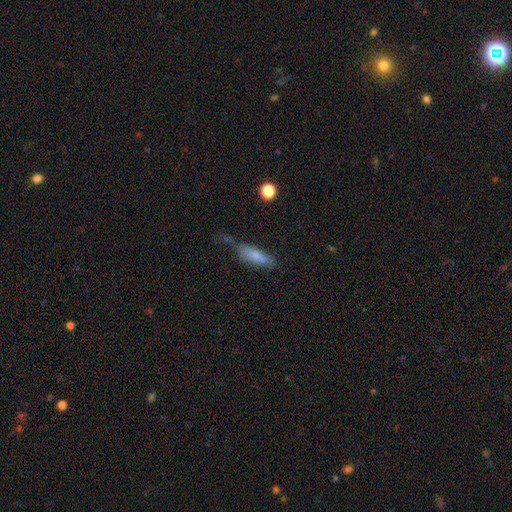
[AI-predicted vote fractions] This is likely a smooth galaxy (72%). How rounded: possibly cigar-shaped (53%). Merging: marginally none (38%).